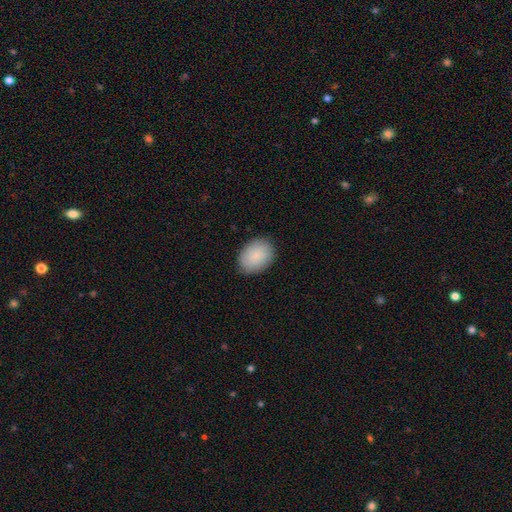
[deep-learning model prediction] A smooth galaxy with no disk features (83%) that is in between round and cigar-shaped (73%). Merging: none (86%).